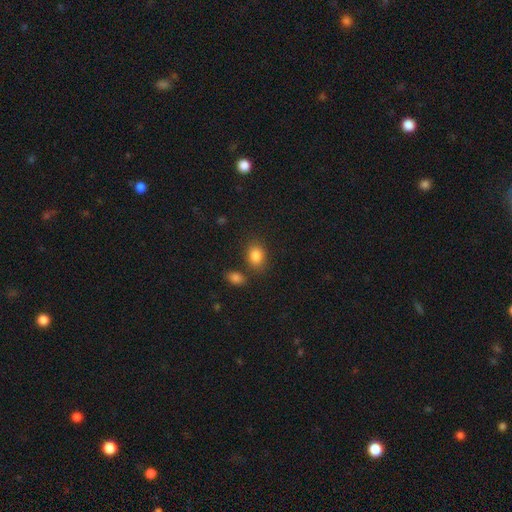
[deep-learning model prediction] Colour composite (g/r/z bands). It shows a smooth galaxy with no disk features (85%) that is in between round and cigar-shaped (62%). Merging: none (71%).